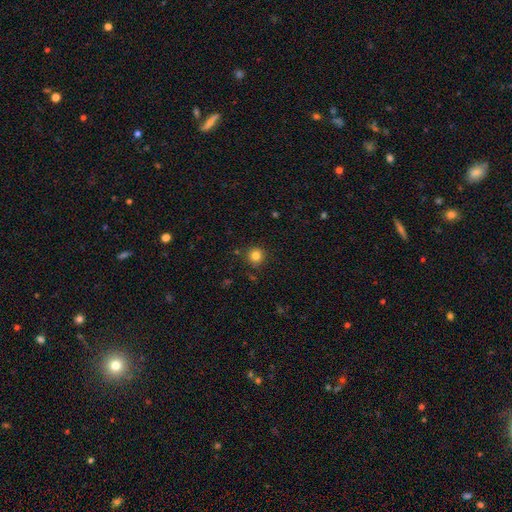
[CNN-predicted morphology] type=smooth (82%); roundness=round (93%); merging=none (88%).